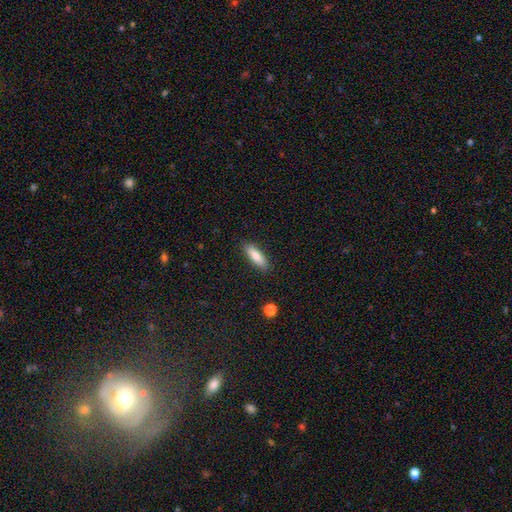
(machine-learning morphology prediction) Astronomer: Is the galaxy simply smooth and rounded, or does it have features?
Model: smooth — 80%.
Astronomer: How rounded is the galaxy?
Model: cigar-shaped — 50% (runner-up: in between, 48%).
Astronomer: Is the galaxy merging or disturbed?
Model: none — 87%.